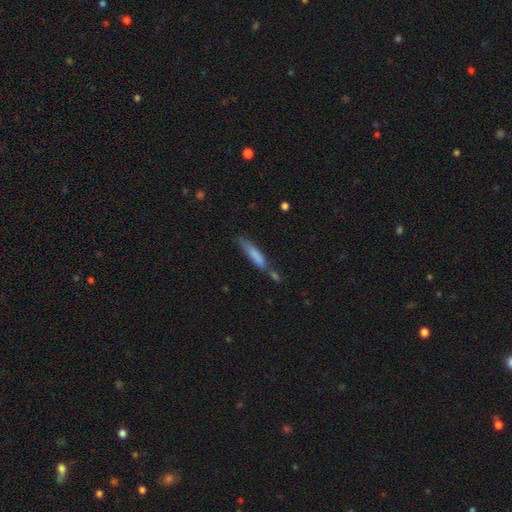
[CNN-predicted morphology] This appears to be a smooth galaxy with no disk features (76%) that is cigar-shaped (82%). Merging: none (48%).